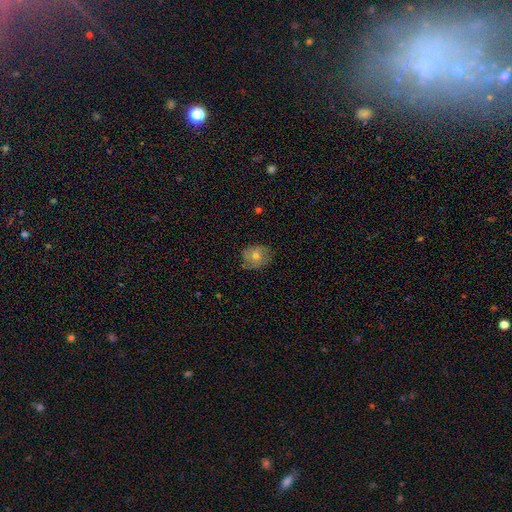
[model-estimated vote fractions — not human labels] smooth_or_featured: smooth (p=0.53) [alt: featured or disk p=0.36]
how_rounded: round (p=0.62) [alt: in between p=0.37]
merging: none (p=0.73) [alt: minor disturbance p=0.21]